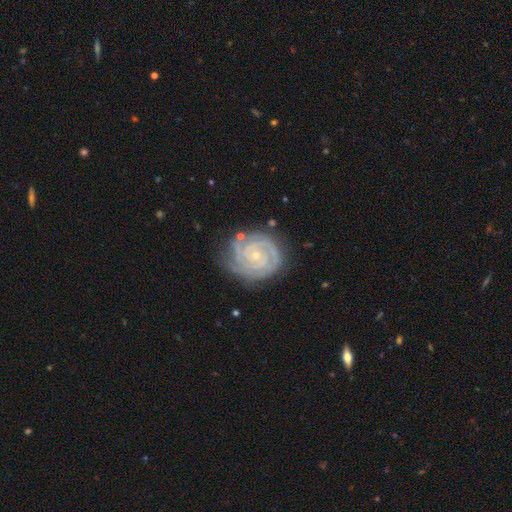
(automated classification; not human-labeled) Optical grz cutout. It shows a featured or disk galaxy (91%) with no bar (70%), 2 (41%) tight (85%) spiral arms (99%) and a small central bulge (82%). Merging: none (76%).